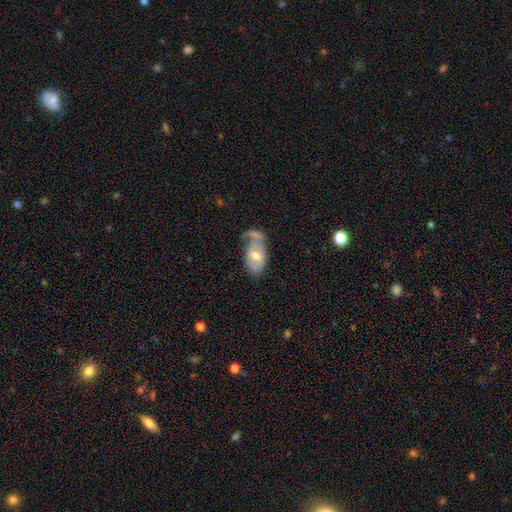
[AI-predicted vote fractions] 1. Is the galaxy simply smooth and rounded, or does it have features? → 47% featured or disk (tied), 47% smooth (tied), 6% star or artifact.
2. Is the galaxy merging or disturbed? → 30% none, 26% major disturbance, 25% minor disturbance, 19% merger.